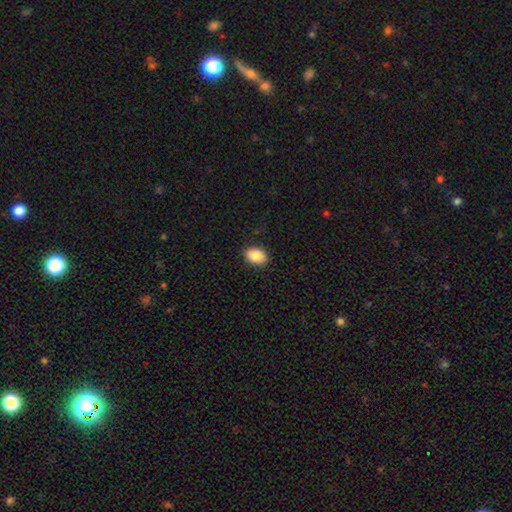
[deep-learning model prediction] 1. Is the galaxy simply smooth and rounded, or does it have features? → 88% smooth, 7% star or artifact, 5% featured or disk.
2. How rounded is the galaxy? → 87% in between, 12% round, 1% cigar-shaped.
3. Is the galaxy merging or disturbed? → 89% none, 8% minor disturbance, 2% major disturbance, 1% merger.